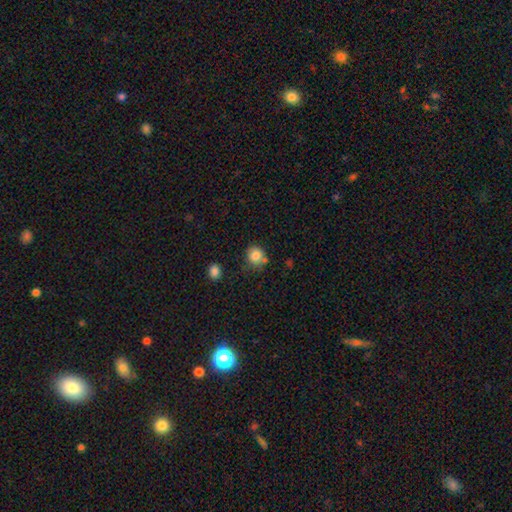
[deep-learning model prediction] The model was most divided on "merging": none: 66%, minor disturbance: 19%, merger: 10%, major disturbance: 5%. More confident: smooth or featured — smooth (83%); how rounded — round (79%).